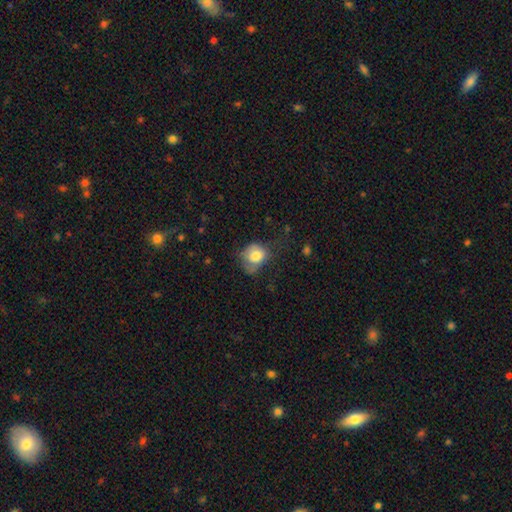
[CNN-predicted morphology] type=smooth (77%); roundness=round (60%); merging=none (38%).